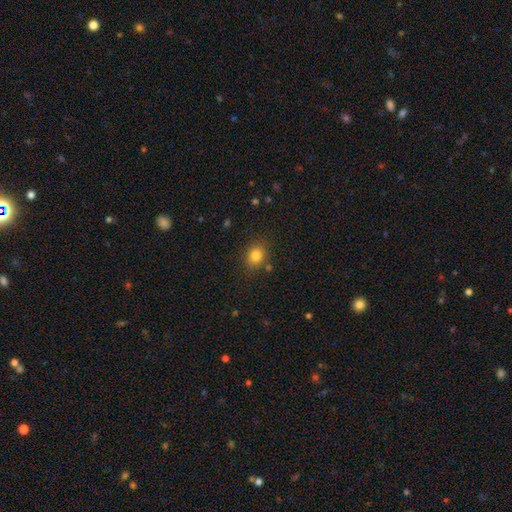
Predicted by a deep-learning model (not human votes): Morphology: type=smooth (82%); roundness=round (58%); merging=none (81%).